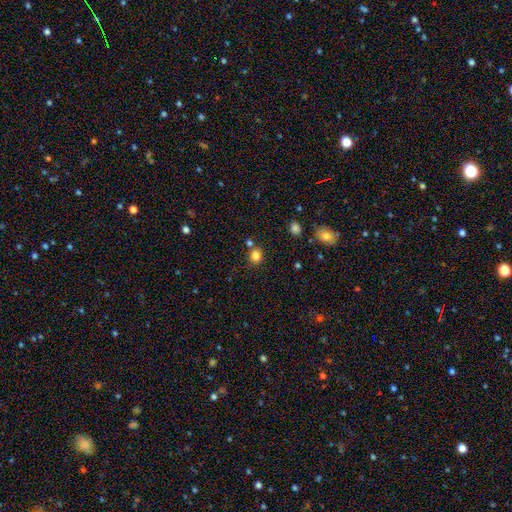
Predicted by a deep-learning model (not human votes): Smooth or featured? smooth (82%)
How rounded? round (81%)
Merging? none (75%)